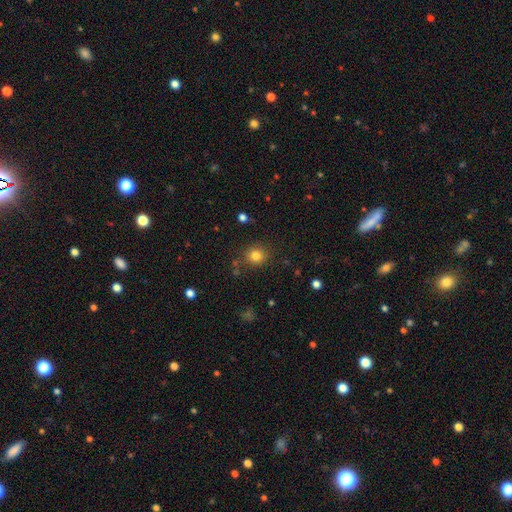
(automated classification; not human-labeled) smooth-or-featured: smooth: 81% | star or artifact: 13% | featured or disk: 6%
  how-rounded: round: 86% | in between: 13% | cigar-shaped: 1%
  merging: none: 84% | minor disturbance: 10% | major disturbance: 4% | merger: 3%